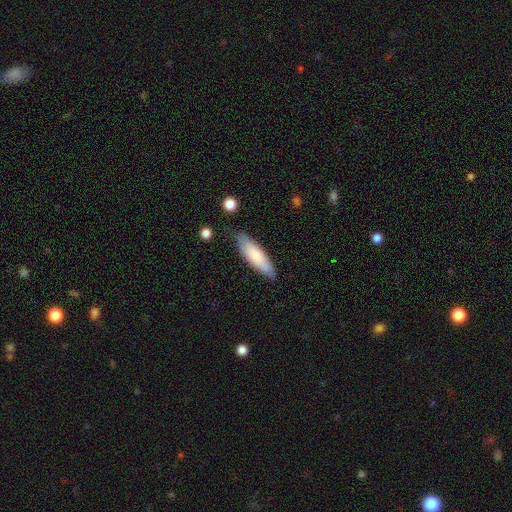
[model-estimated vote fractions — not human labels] Q: Smooth or featured?
A: smooth (78%); runner-up: featured or disk (17%)
Q: How rounded?
A: cigar-shaped (57%); runner-up: in between (41%)
Q: Merging?
A: none (80%); runner-up: minor disturbance (15%)